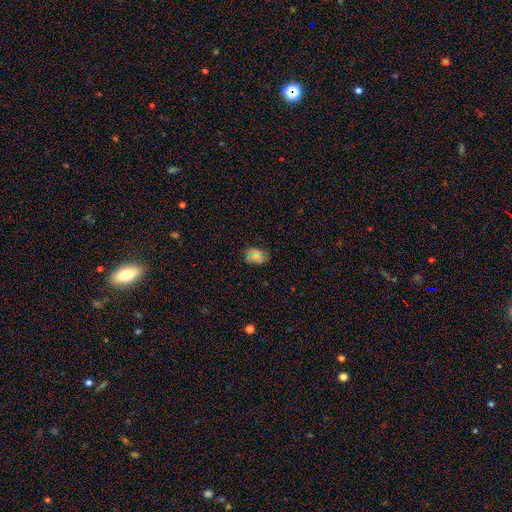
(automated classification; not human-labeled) smooth_or_featured: smooth (p=0.64) [alt: featured or disk p=0.19]
how_rounded: in between (p=0.73) [alt: round p=0.25]
merging: none (p=0.68) [alt: minor disturbance p=0.23]